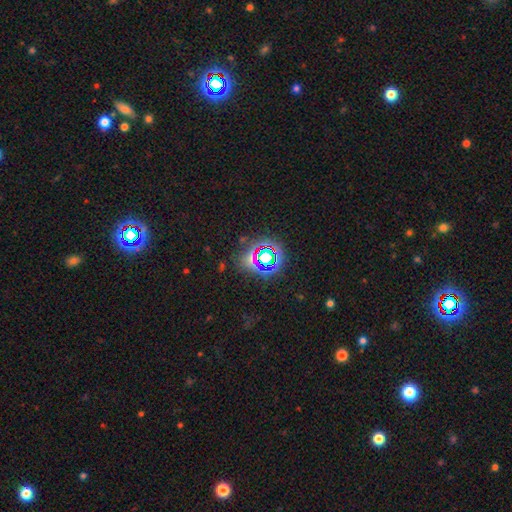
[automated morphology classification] star or artifact 70%, smooth 19%, featured or disk 12%.